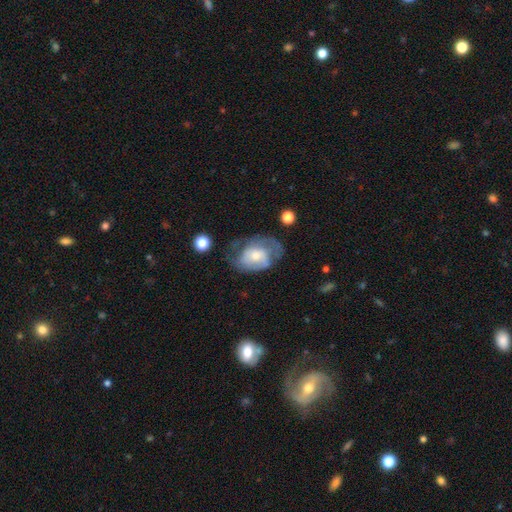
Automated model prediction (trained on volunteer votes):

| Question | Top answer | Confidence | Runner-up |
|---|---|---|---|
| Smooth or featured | featured or disk | 57% | smooth (36%) |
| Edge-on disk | no | 96% | yes (4%) |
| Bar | no | 72% | weak (24%) |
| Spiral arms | yes | 68% | no (32%) |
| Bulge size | moderate | 52% | small (32%) |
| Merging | none | 37% | major disturbance (31%) |